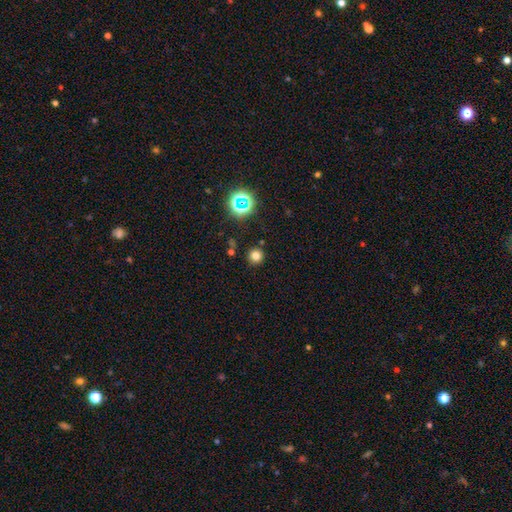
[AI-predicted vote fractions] The model was most divided on "smooth or featured": smooth: 75%, star or artifact: 19%, featured or disk: 6%. More confident: how rounded — round (94%); merging — none (89%).